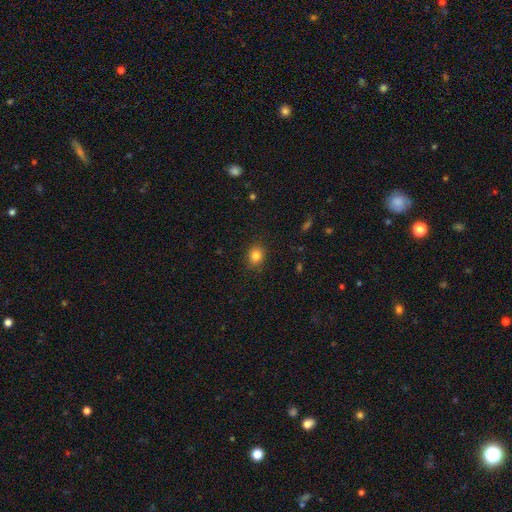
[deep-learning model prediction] Smooth or featured?
  - smooth: 83% *
  - star or artifact: 11%
  - featured or disk: 6%
How rounded?
  - round: 64% *
  - in between: 35%
  - cigar-shaped: 1%
Merging?
  - none: 88% *
  - minor disturbance: 9%
  - major disturbance: 2%
  - merger: 1%